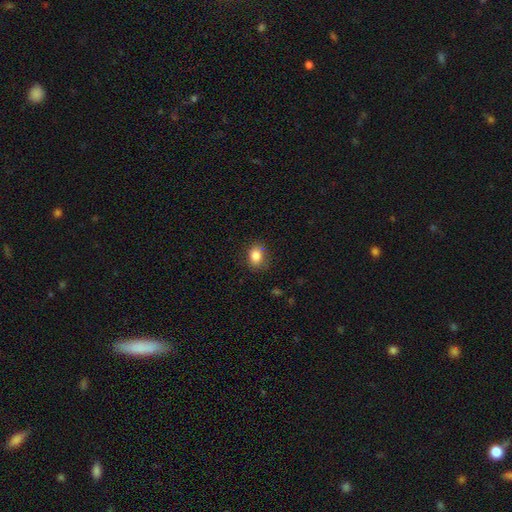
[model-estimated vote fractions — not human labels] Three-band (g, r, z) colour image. It shows a smooth galaxy with no disk features (84%) that is in between round and cigar-shaped (64%). Merging: none (82%).